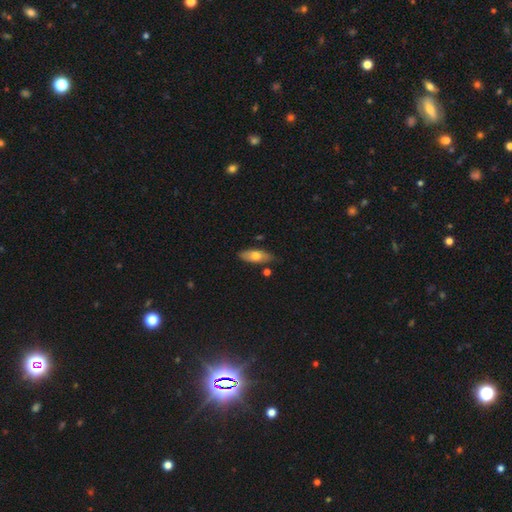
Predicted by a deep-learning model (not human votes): Q: Smooth or featured?
A: smooth (67%); runner-up: featured or disk (26%)
Q: How rounded?
A: in between (78%); runner-up: cigar-shaped (19%)
Q: Merging?
A: none (78%); runner-up: minor disturbance (15%)